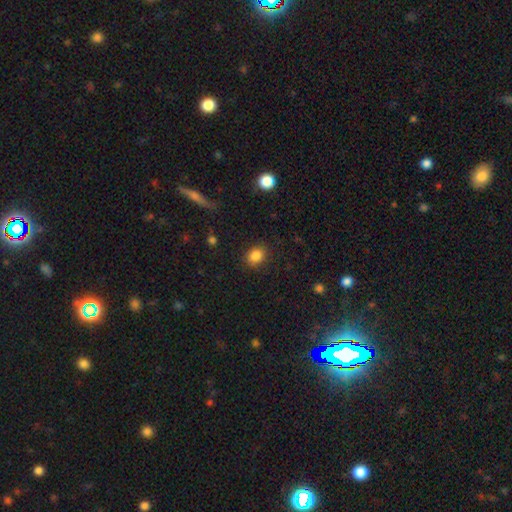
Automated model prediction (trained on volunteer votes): Overall: smooth (85%). How rounded: round (53%; in between 46%). Merging: none (86%).